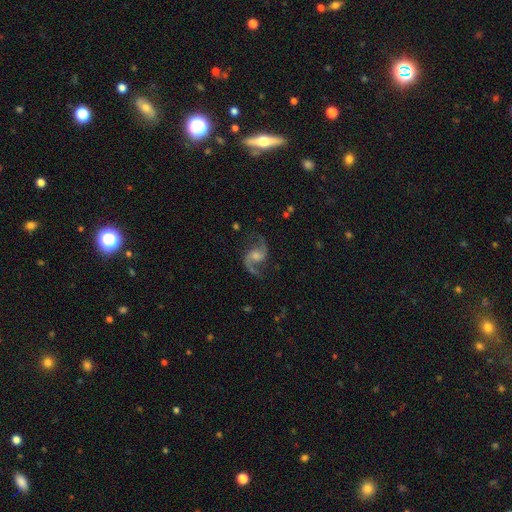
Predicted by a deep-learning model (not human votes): smooth-or-featured: featured or disk: 90% | star or artifact: 5% | smooth: 5%
  disk-edge-on: no: 98% | yes: 2%
    bar: no: 55% | weak: 36% | strong: 9%
    has-spiral-arms: yes: 97% | no: 3%
      spiral-winding: loose: 60% | medium: 35% | tight: 5%
      spiral-arm-count: 2: 94% | 1: 2% | can't tell: 1% | 3: 1% | 4: 1% | more than 4: 1%
    bulge-size: moderate: 47% | small: 32% | none: 11% | large: 9% | dominant: 2%
  merging: none: 78% | minor disturbance: 13% | major disturbance: 7% | merger: 2%